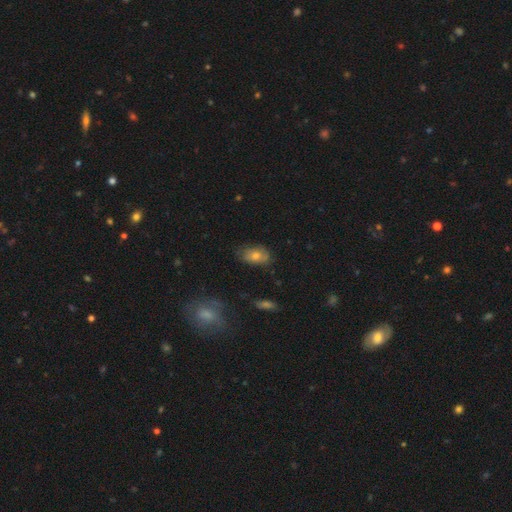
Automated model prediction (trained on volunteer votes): Q: Smooth or featured?
A: smooth (59%); runner-up: featured or disk (28%)
Q: How rounded?
A: in between (86%); runner-up: round (11%)
Q: Merging?
A: none (71%); runner-up: minor disturbance (22%)